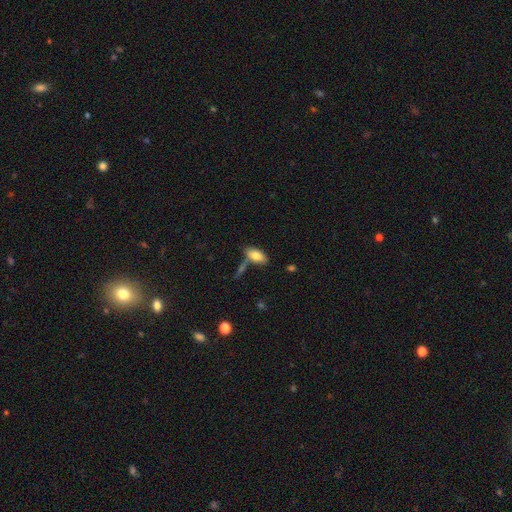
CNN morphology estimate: Overall: smooth (78%). How rounded: in between (88%). Merging: none (62%).